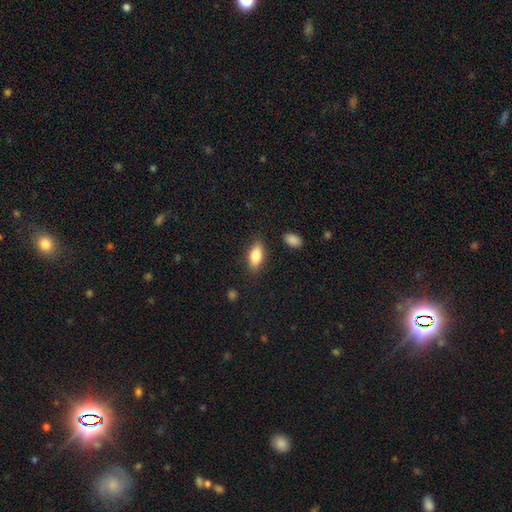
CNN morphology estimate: smooth-or-featured: smooth: 80% | featured or disk: 13% | star or artifact: 7%
  how-rounded: in between: 83% | cigar-shaped: 14% | round: 4%
  merging: none: 84% | minor disturbance: 11% | major disturbance: 3% | merger: 2%